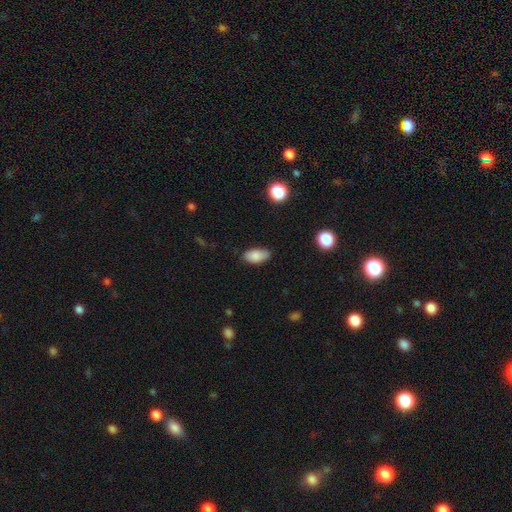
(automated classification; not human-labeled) The model was most divided on "merging": none: 75%, minor disturbance: 20%, major disturbance: 3%, merger: 1%. More confident: how rounded — in between (92%); smooth or featured — smooth (87%).